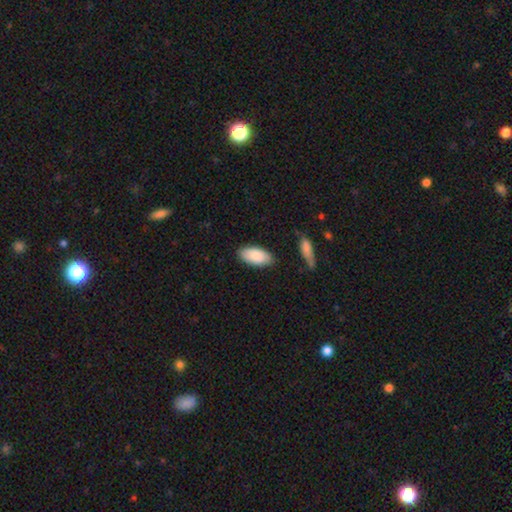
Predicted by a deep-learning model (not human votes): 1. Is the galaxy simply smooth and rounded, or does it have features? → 86% smooth, 8% featured or disk, 6% star or artifact.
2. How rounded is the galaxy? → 93% in between, 5% cigar-shaped, 2% round.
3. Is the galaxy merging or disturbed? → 83% none, 12% minor disturbance, 3% merger, 2% major disturbance.